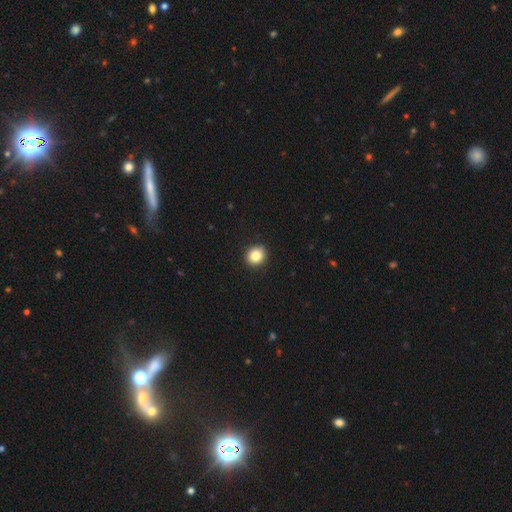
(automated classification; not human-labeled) Q: Smooth or featured?
A: smooth (84%); runner-up: star or artifact (10%)
Q: How rounded?
A: round (78%); runner-up: in between (21%)
Q: Merging?
A: none (90%); runner-up: minor disturbance (7%)